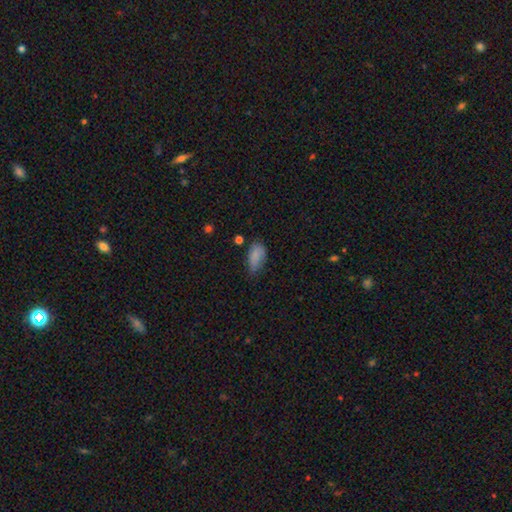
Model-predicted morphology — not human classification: smooth-or-featured: smooth: 84% | star or artifact: 9% | featured or disk: 7%
  how-rounded: in between: 92% | cigar-shaped: 5% | round: 4%
  merging: none: 56% | minor disturbance: 33% | major disturbance: 8% | merger: 3%